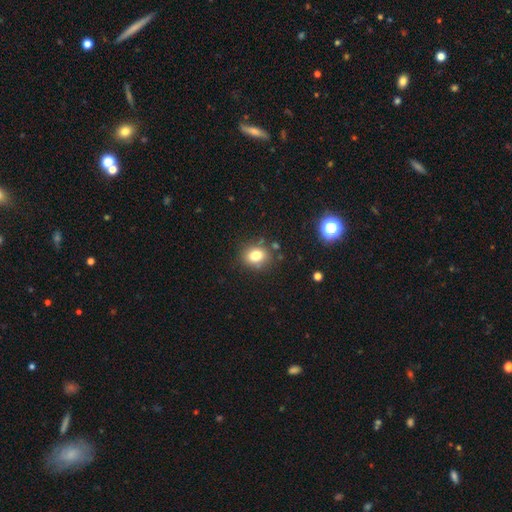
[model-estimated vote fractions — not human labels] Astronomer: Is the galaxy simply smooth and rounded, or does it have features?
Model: smooth — 79%.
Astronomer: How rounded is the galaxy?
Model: round — 57% (runner-up: in between, 42%).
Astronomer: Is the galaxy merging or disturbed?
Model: none — 80%.